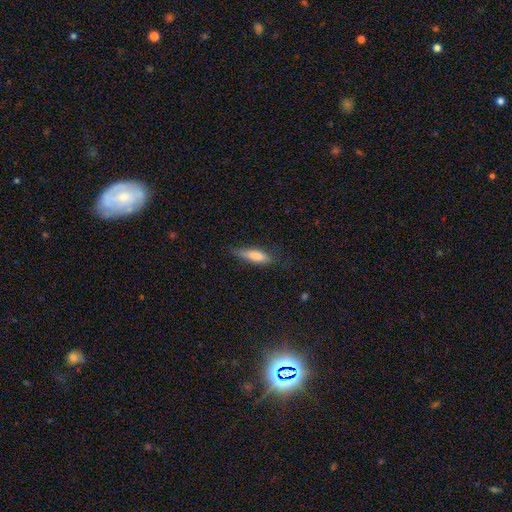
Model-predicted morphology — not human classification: Smooth or featured? smooth (73%)
How rounded? cigar-shaped (64%)
Merging? none (71%)